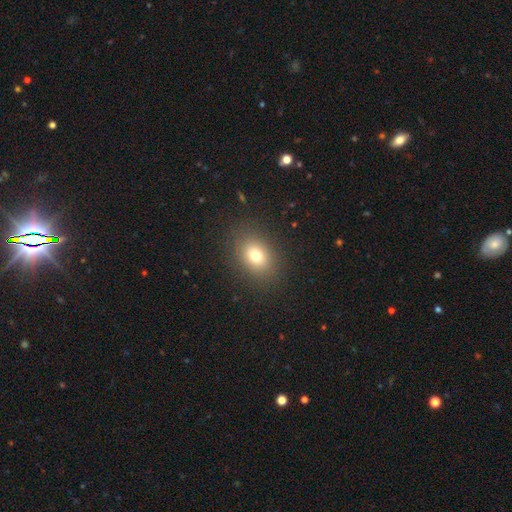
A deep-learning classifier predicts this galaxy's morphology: Smooth or featured?
  - smooth: 76% *
  - star or artifact: 13%
  - featured or disk: 11%
How rounded?
  - in between: 60% *
  - round: 39%
  - cigar-shaped: 1%
Merging?
  - none: 87% *
  - minor disturbance: 8%
  - major disturbance: 4%
  - merger: 1%